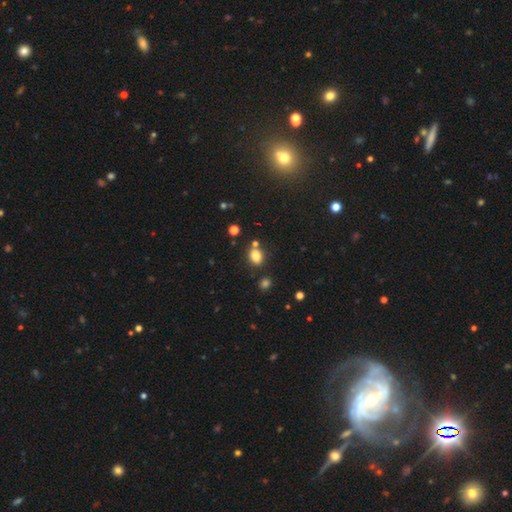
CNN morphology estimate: Q: Smooth or featured?
A: smooth (81%); runner-up: star or artifact (13%)
Q: How rounded?
A: in between (56%); runner-up: round (43%)
Q: Merging?
A: none (71%); runner-up: minor disturbance (13%)